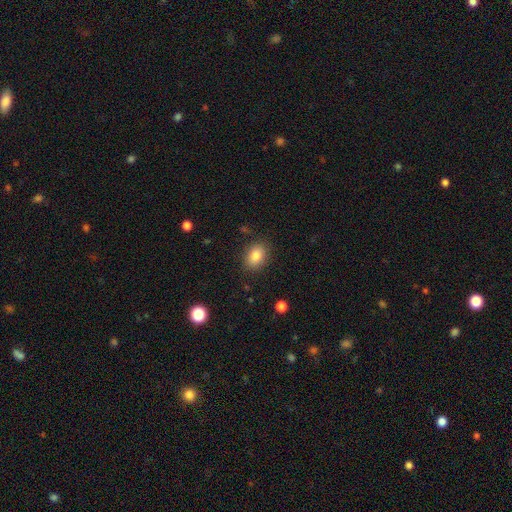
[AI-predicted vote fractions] This appears to be a smooth galaxy with no disk features (83%) that is in between round and cigar-shaped (73%). Merging: none (86%).